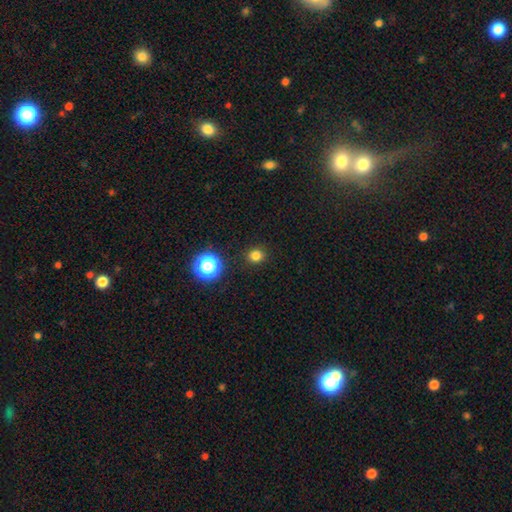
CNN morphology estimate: This is likely a smooth galaxy (79%). How rounded: clearly round (84%). Merging: clearly none (89%).